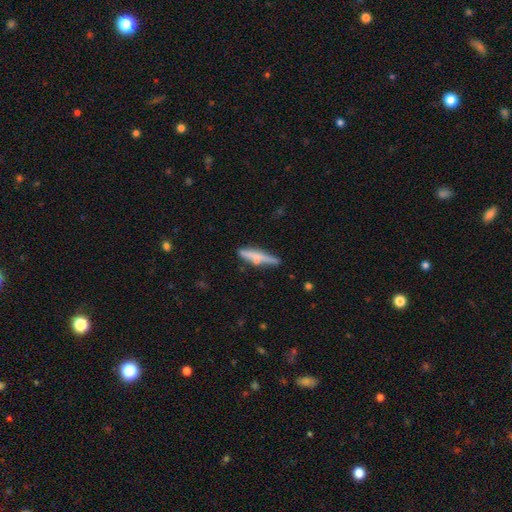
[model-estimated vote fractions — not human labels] Smooth or featured? smooth (53%)
How rounded? cigar-shaped (89%)
Merging? none (70%)